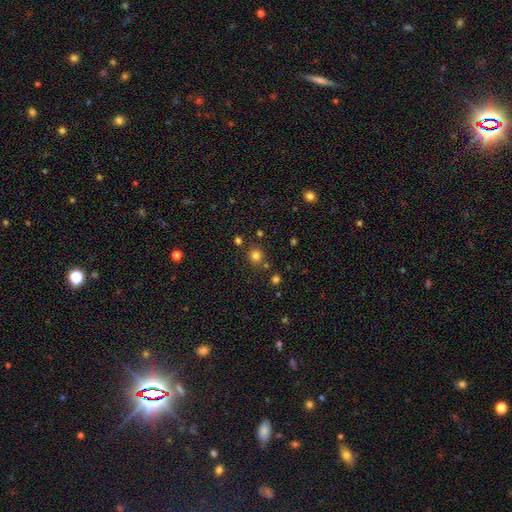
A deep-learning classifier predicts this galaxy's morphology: A smooth galaxy with no disk features (78%) that is round (91%). Merging: none (82%).